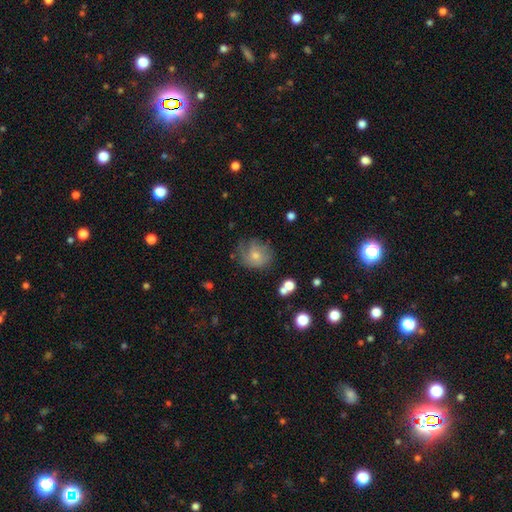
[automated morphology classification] smooth 61%, featured or disk 29%, star or artifact 10%. Down the decision tree: how rounded — round (77%); merging — none (55%).